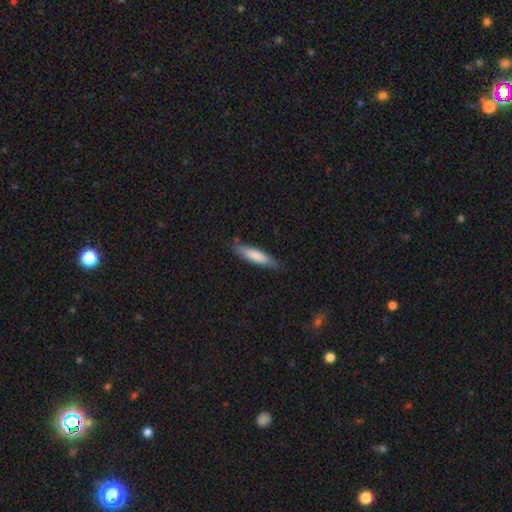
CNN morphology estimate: Overall: smooth (78%). How rounded: cigar-shaped (81%). Merging: none (81%).